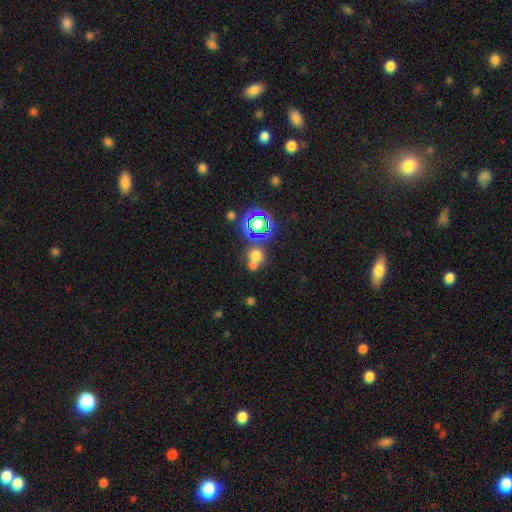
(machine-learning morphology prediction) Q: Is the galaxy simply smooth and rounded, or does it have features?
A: smooth — 62%.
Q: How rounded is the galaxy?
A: round — 81%.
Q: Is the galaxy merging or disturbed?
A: none — 49%.